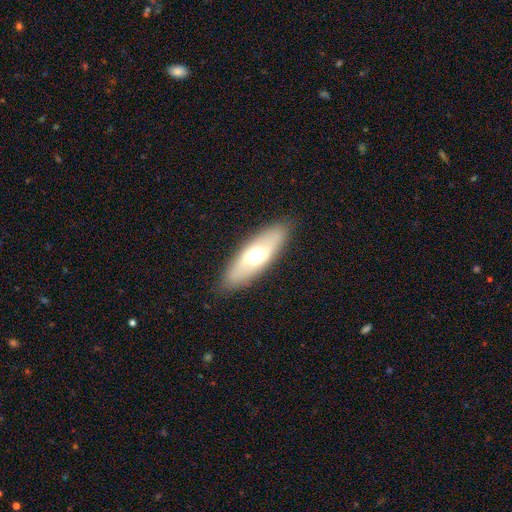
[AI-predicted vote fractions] This appears to be a smooth galaxy with no disk features (49%). Merging: none (87%).